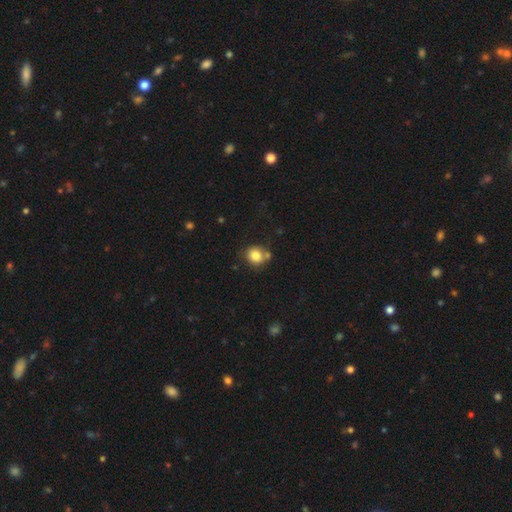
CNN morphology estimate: Q: Smooth or featured?
A: smooth (82%); runner-up: star or artifact (10%)
Q: How rounded?
A: round (77%); runner-up: in between (22%)
Q: Merging?
A: none (67%); runner-up: minor disturbance (15%)